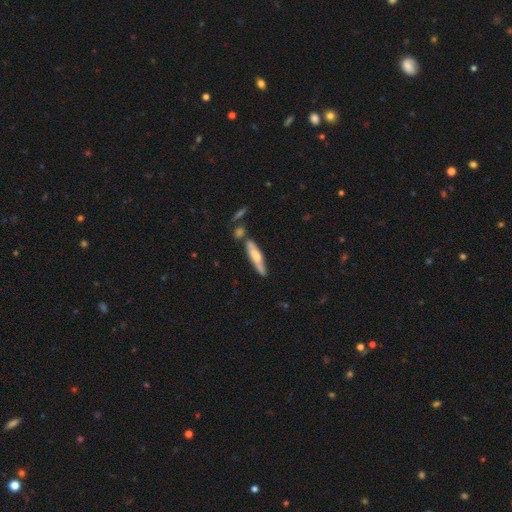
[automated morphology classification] A smooth galaxy with no disk features (53%) that is cigar-shaped (82%). Merging: none (63%).